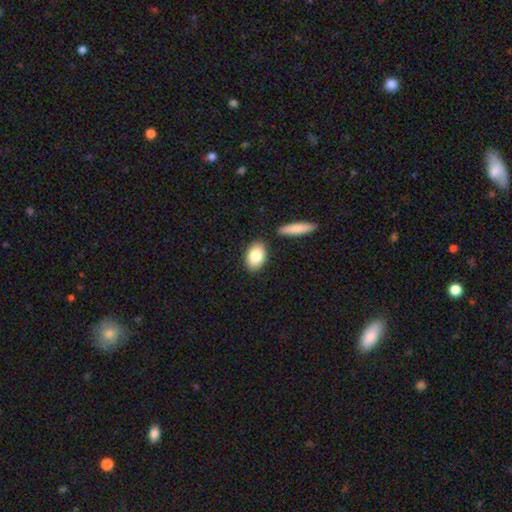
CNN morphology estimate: Smooth or featured?
  - smooth: 82% *
  - featured or disk: 11%
  - star or artifact: 7%
How rounded?
  - in between: 88% *
  - round: 10%
  - cigar-shaped: 2%
Merging?
  - none: 83% *
  - minor disturbance: 9%
  - merger: 6%
  - major disturbance: 2%